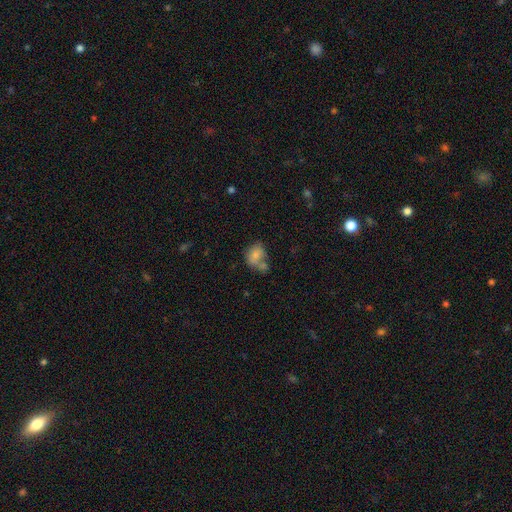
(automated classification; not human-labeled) Overall: smooth (76%). How rounded: in between (62%; round 37%). Merging: merger (45%; none 31%).